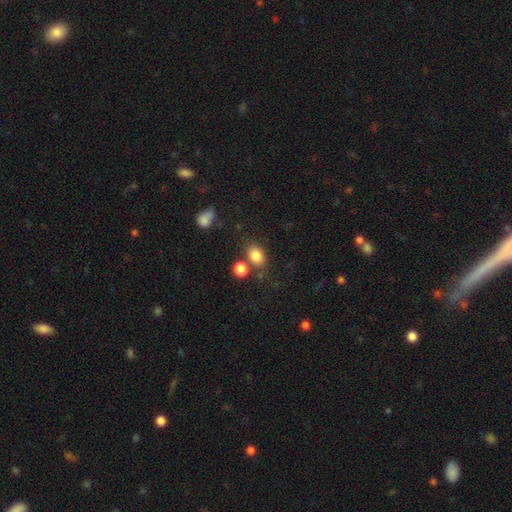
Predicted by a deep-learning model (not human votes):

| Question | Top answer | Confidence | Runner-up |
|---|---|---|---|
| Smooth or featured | smooth | 83% | star or artifact (11%) |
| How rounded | in between | 68% | round (31%) |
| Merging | none | 65% | merger (17%) |